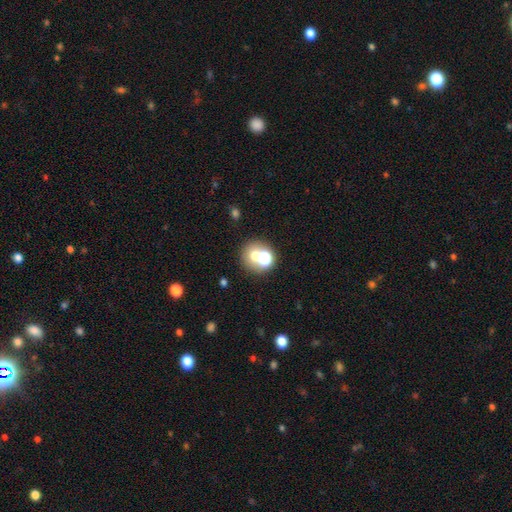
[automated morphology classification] The model was most divided on "merging": none: 48%, merger: 39%, minor disturbance: 8%, major disturbance: 5%. More confident: how rounded — round (81%); smooth or featured — smooth (63%).